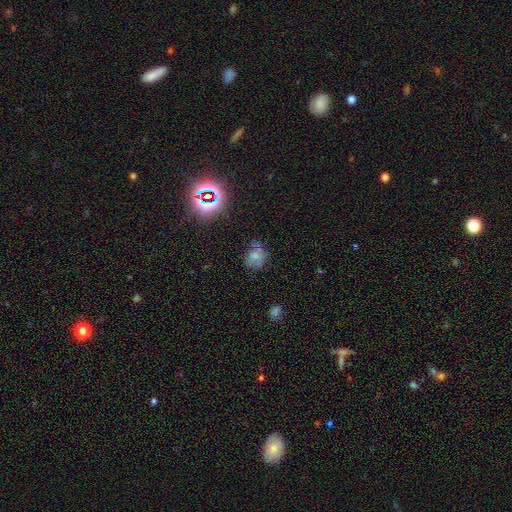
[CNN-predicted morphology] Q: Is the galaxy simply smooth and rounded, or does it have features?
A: smooth — 55%.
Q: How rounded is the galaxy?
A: in between — 52%.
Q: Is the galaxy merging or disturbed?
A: none — 53%.